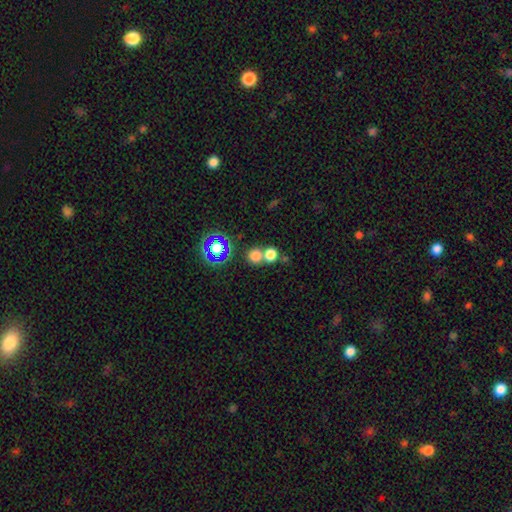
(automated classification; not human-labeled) smooth 72%, star or artifact 20%, featured or disk 8%. Down the decision tree: how rounded — round (86%); merging — none (54%).